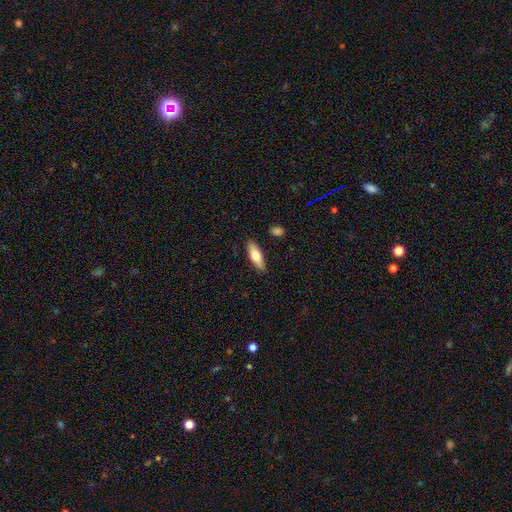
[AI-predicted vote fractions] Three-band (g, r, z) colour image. It shows a smooth galaxy with no disk features (69%) that is in between round and cigar-shaped (58%). Merging: none (87%).